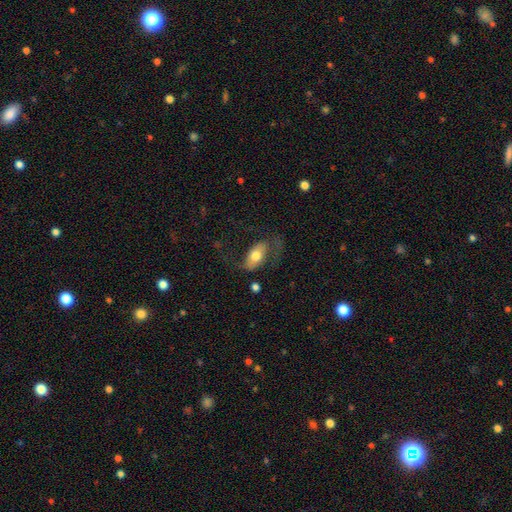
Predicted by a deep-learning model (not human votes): This is possibly a smooth galaxy (56%). How rounded: clearly in between (89%). Merging: possibly none (58%).